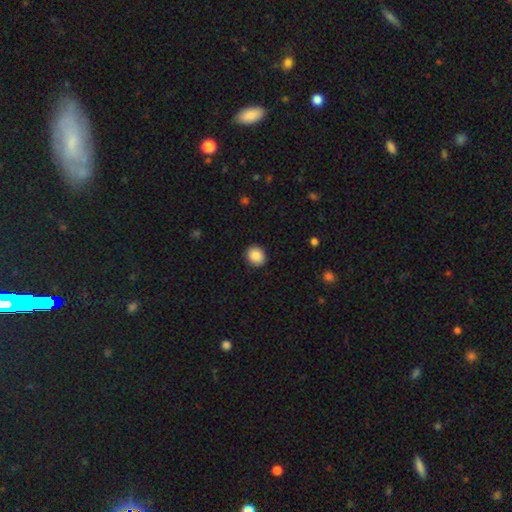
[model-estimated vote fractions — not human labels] Overall: smooth (89%). How rounded: round (70%). Merging: none (91%).